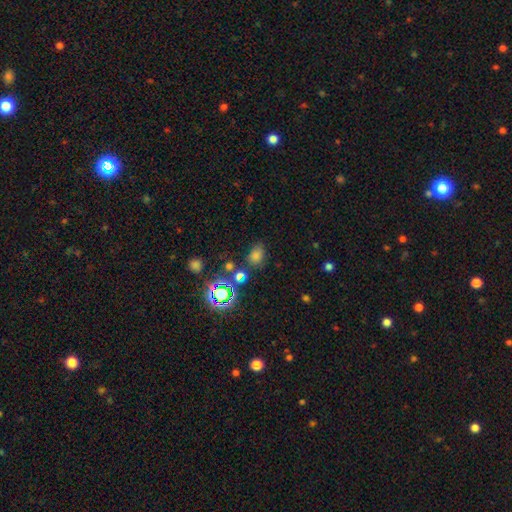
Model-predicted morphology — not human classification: This appears to be a smooth galaxy with no disk features (63%) that is in between round and cigar-shaped (62%). Merging: none (72%).